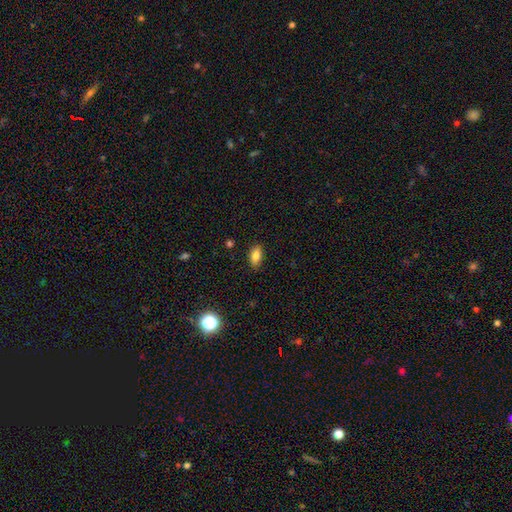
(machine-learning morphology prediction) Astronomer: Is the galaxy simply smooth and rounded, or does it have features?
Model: smooth — 81%.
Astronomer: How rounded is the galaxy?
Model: in between — 87%.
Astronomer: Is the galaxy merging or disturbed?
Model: none — 86%.